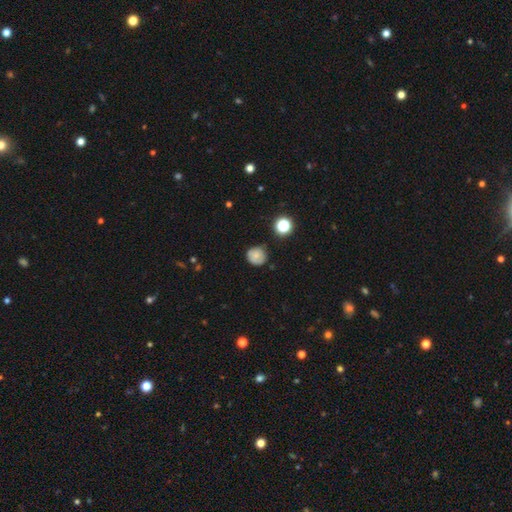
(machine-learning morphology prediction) Q: Smooth or featured?
A: smooth (75%); runner-up: featured or disk (14%)
Q: How rounded?
A: round (88%); runner-up: in between (11%)
Q: Merging?
A: none (73%); runner-up: minor disturbance (20%)